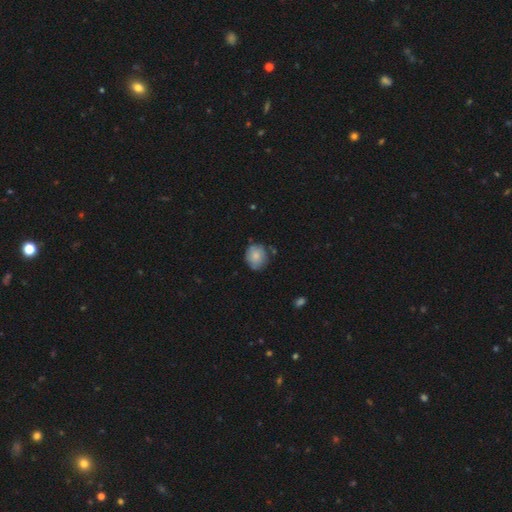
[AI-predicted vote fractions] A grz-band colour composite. It shows a smooth galaxy with no disk features (80%) that is round (75%). Merging: none (73%).